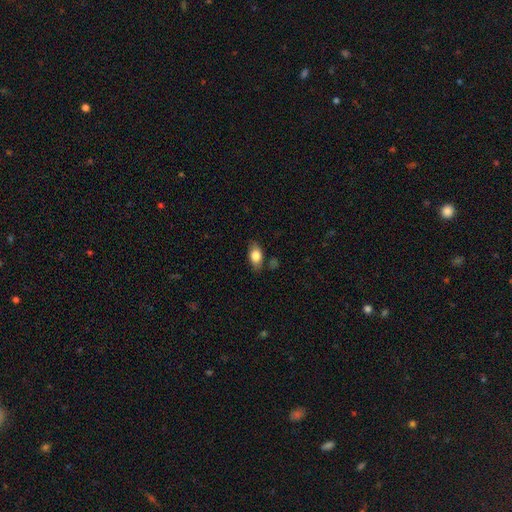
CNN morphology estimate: Smooth or featured? smooth (80%)
How rounded? in between (86%)
Merging? none (77%)